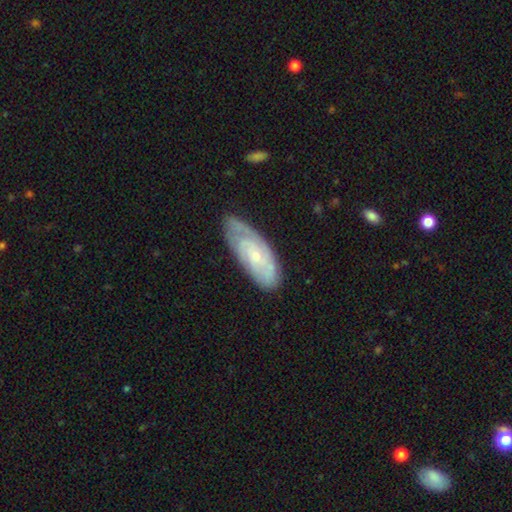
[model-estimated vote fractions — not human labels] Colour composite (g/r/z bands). It shows a featured or disk galaxy (68%) with no bar (76%), tight (65%) spiral arms (82%) and a small central bulge (73%). Merging: none (65%).